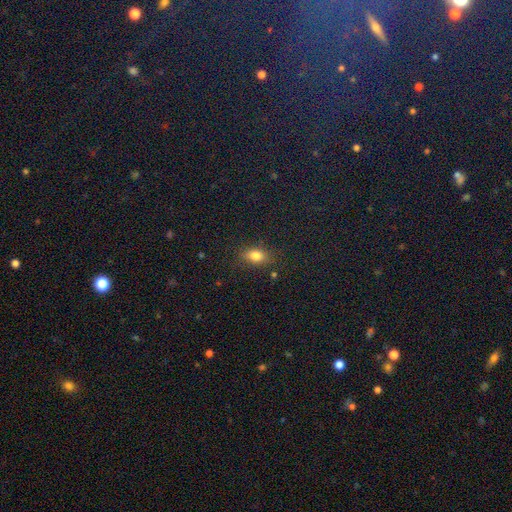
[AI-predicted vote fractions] This is clearly a smooth galaxy (80%). How rounded: likely in between (74%). Merging: clearly none (82%).